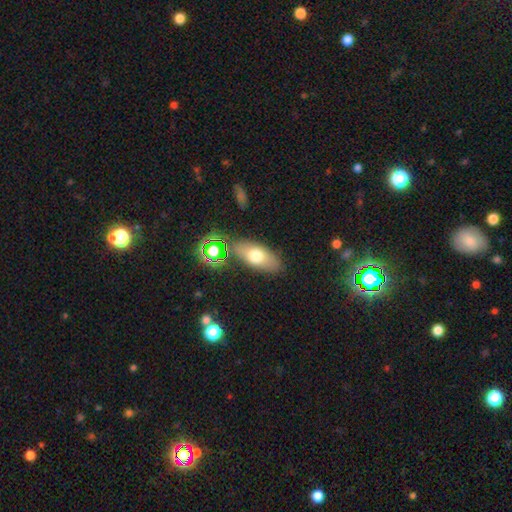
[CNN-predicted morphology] Smooth or featured: smooth — 66% (featured or disk — 23%)
How rounded: in between — 80% (cigar-shaped — 12%)
Merging: none — 80% (minor disturbance — 12%)